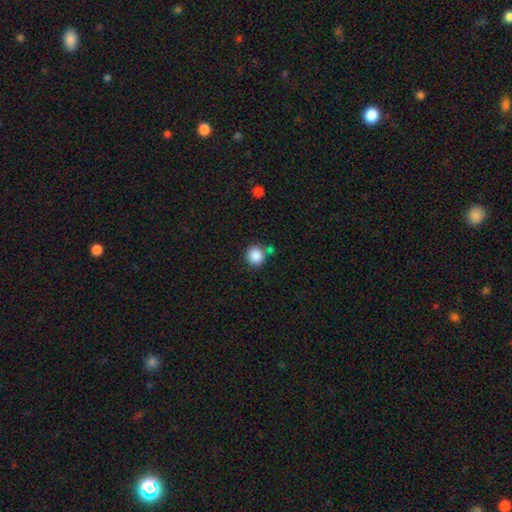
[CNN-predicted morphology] This is clearly a smooth galaxy (87%). How rounded: clearly round (92%). Merging: likely none (75%).